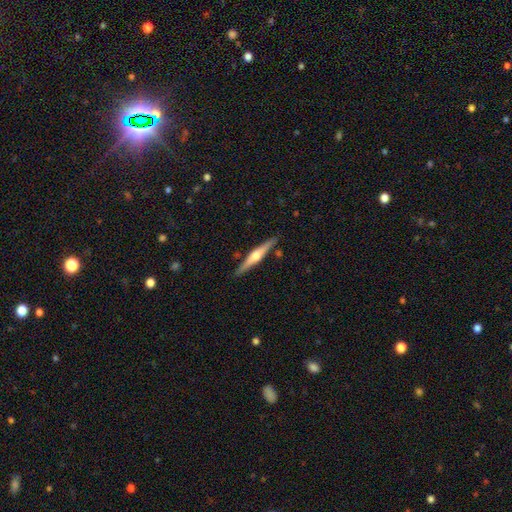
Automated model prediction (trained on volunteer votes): The model was most divided on "smooth or featured": featured or disk: 72%, smooth: 23%, star or artifact: 5%. More confident: edge-on disk — yes (98%); edge-on bulge — rounded (92%); merging — none (88%).